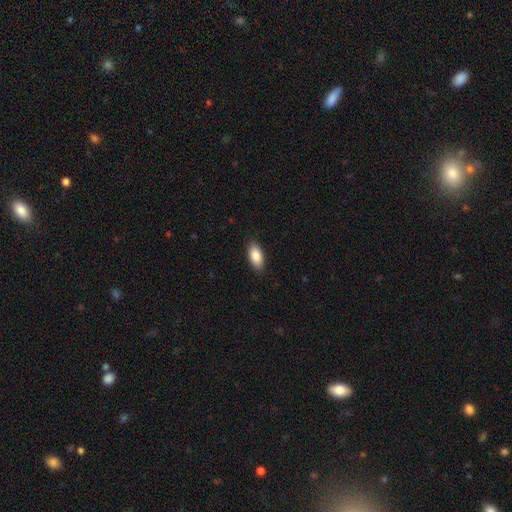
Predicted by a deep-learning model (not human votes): Smooth or featured?
  - smooth: 88% *
  - star or artifact: 6%
  - featured or disk: 6%
How rounded?
  - in between: 91% *
  - cigar-shaped: 6%
  - round: 2%
Merging?
  - none: 88% *
  - minor disturbance: 9%
  - major disturbance: 2%
  - merger: 1%